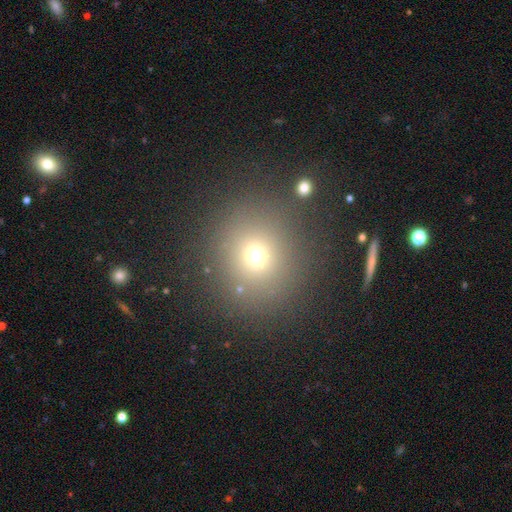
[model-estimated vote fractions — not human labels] A smooth galaxy with no disk features (67%) that is round (89%). Merging: none (84%).